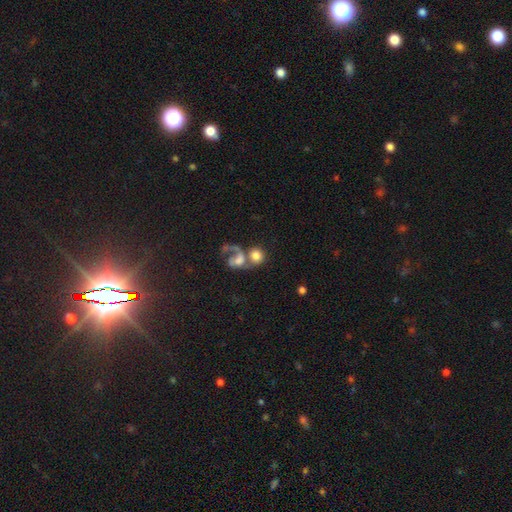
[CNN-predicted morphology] A smooth galaxy with no disk features (64%) that is round (72%).

Vote fractions:
- Smooth or featured? smooth: 64% / featured or disk: 27% / star or artifact: 9%
- How rounded? round: 72% / in between: 27% / cigar-shaped: 1%
- Merging? merger: 58% / none: 22% / major disturbance: 13% / minor disturbance: 7%